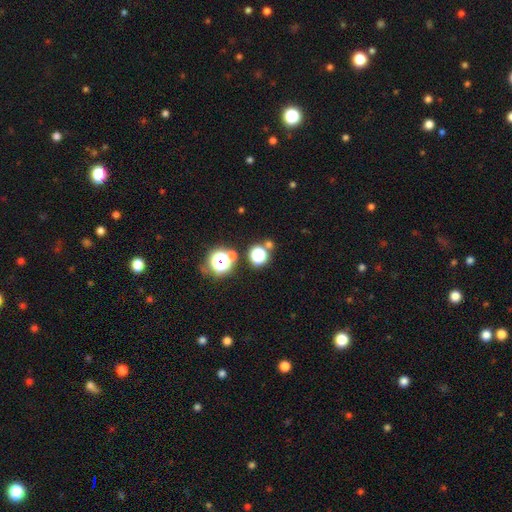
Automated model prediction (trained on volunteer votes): This is likely a star or artifact rather than a galaxy (67%).